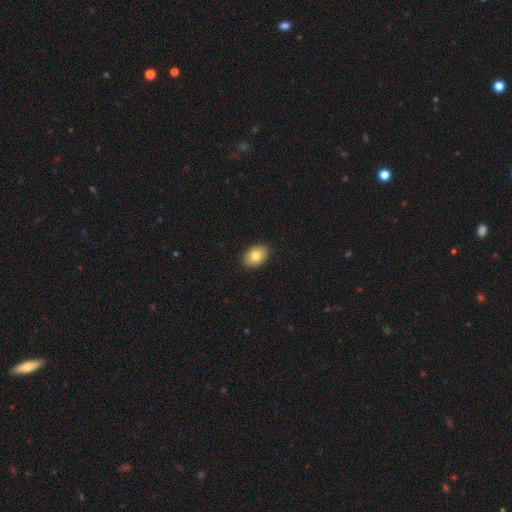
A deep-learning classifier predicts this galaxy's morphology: Smooth or featured: smooth — 80% (featured or disk — 12%)
How rounded: in between — 79% (round — 20%)
Merging: none — 90% (minor disturbance — 8%)